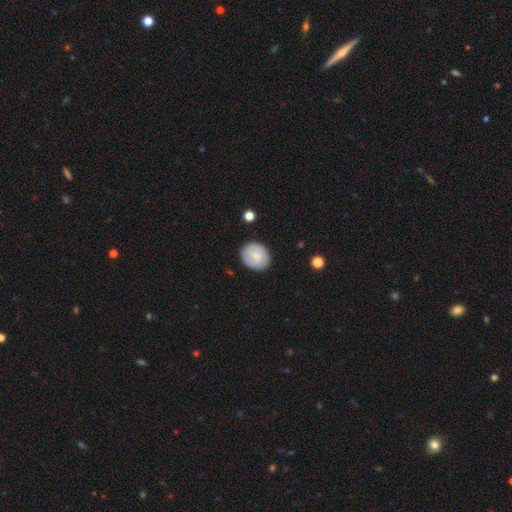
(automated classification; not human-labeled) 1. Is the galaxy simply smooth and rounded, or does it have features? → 73% smooth, 20% featured or disk, 6% star or artifact.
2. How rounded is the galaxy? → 76% round, 23% in between, 1% cigar-shaped.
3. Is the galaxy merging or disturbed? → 86% none, 11% minor disturbance, 2% major disturbance, 1% merger.